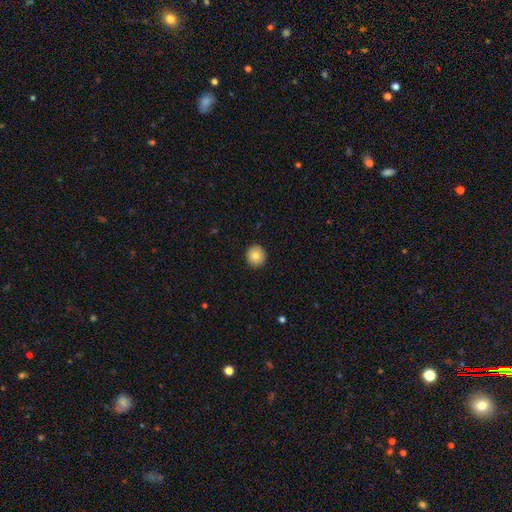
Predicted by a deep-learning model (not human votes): Smooth or featured?
  - smooth: 84% *
  - star or artifact: 8%
  - featured or disk: 8%
How rounded?
  - round: 93% *
  - in between: 6%
  - cigar-shaped: 1%
Merging?
  - none: 93% *
  - minor disturbance: 5%
  - major disturbance: 1%
  - merger: 1%